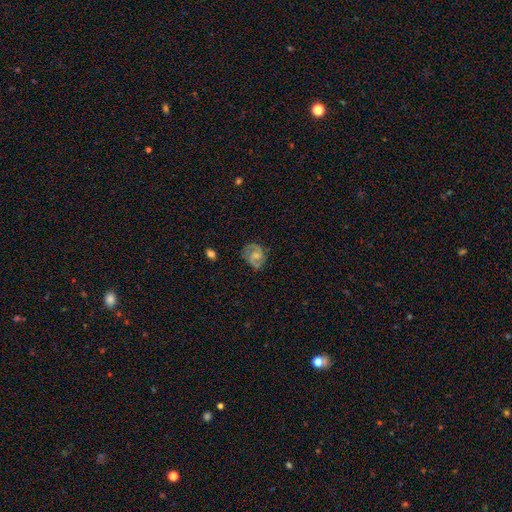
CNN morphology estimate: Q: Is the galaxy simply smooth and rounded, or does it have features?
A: featured or disk — 78%.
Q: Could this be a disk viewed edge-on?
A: no — 98%.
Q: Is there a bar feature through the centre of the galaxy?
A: no — 49%.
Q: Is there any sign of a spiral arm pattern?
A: yes — 94%.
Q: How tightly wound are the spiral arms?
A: medium — 53%.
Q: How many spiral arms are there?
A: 2 — 87%.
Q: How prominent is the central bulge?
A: small — 45%.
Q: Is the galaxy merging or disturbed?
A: none — 73%.